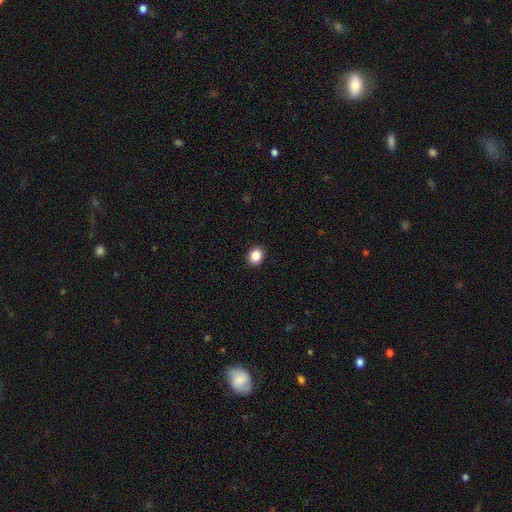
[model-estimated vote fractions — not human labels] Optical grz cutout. It shows a smooth galaxy with no disk features (88%) that is round (60%). Merging: none (91%).